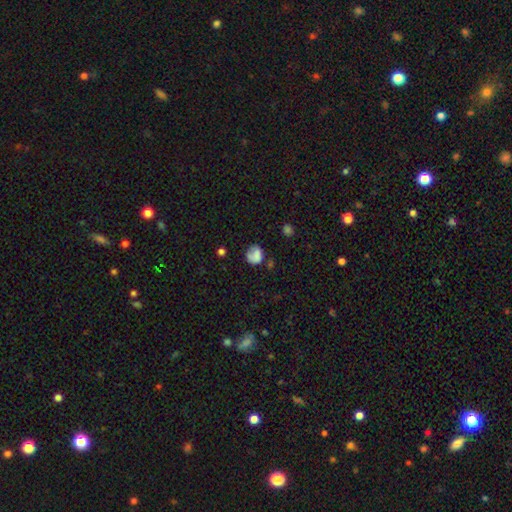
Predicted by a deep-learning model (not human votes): This is likely a smooth galaxy (73%). How rounded: likely round (66%). Merging: possibly none (47%).